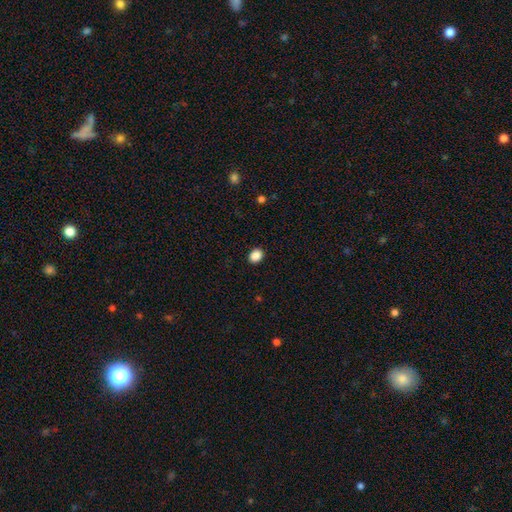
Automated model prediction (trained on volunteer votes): Smooth or featured? Predicted: smooth (p=0.88). How rounded? Predicted: in between (p=0.58). Merging? Predicted: none (p=0.91).